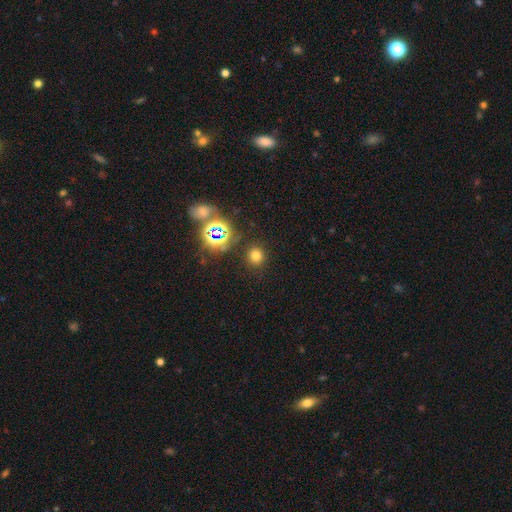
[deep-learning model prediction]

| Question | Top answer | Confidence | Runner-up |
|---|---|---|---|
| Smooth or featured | smooth | 68% | star or artifact (25%) |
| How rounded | round | 89% | in between (10%) |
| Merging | none | 87% | minor disturbance (7%) |